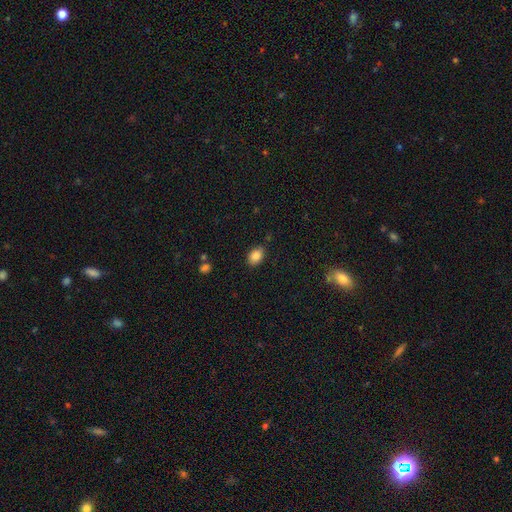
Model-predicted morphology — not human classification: Smooth or featured? smooth (87%)
How rounded? in between (82%)
Merging? none (82%)